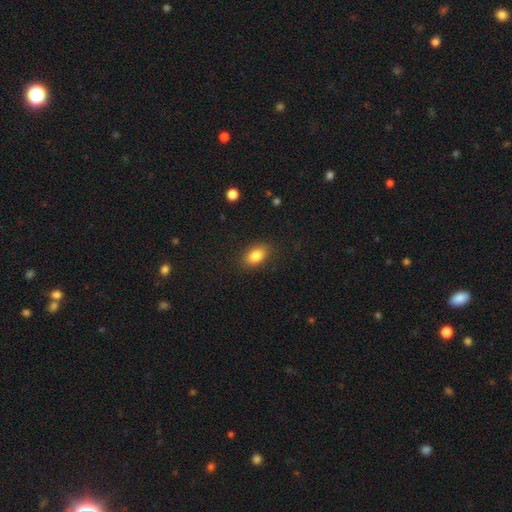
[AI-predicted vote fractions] This is clearly a smooth galaxy (83%). How rounded: clearly in between (85%). Merging: clearly none (86%).